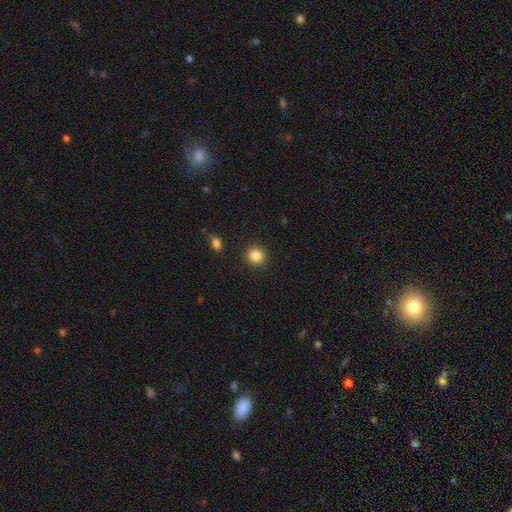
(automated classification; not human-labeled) A smooth galaxy with no disk features (85%) that is round (90%). Merging: none (90%).